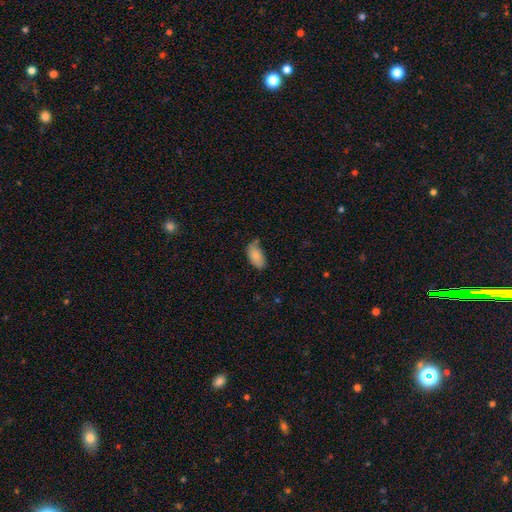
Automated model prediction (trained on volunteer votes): The model was most divided on "merging": none: 62%, minor disturbance: 28%, major disturbance: 5%, merger: 5%. More confident: how rounded — in between (94%); smooth or featured — smooth (85%).